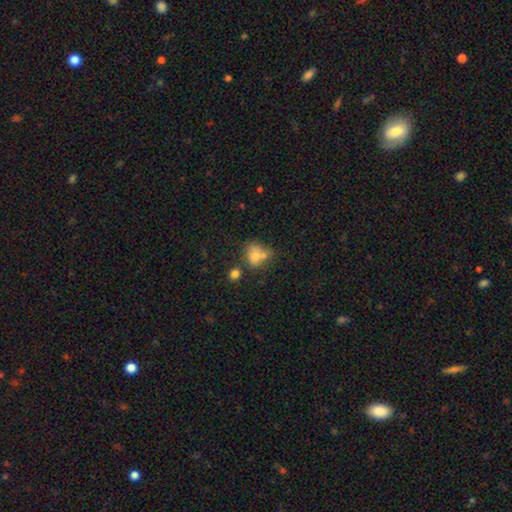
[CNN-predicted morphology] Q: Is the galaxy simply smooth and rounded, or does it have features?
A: smooth — 73%.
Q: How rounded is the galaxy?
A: round — 56%.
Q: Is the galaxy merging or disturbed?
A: none — 40%.